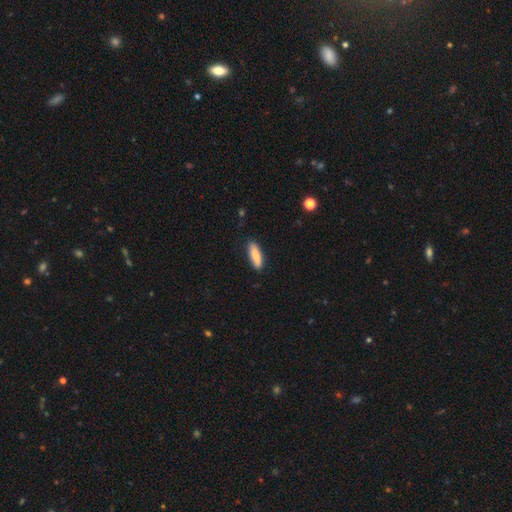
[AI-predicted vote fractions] A smooth galaxy with no disk features (85%) that is cigar-shaped (52%).

Vote fractions:
- Smooth or featured? smooth: 85% / featured or disk: 9% / star or artifact: 6%
- How rounded? cigar-shaped: 52% / in between: 46% / round: 2%
- Merging? none: 86% / minor disturbance: 11% / major disturbance: 2% / merger: 1%